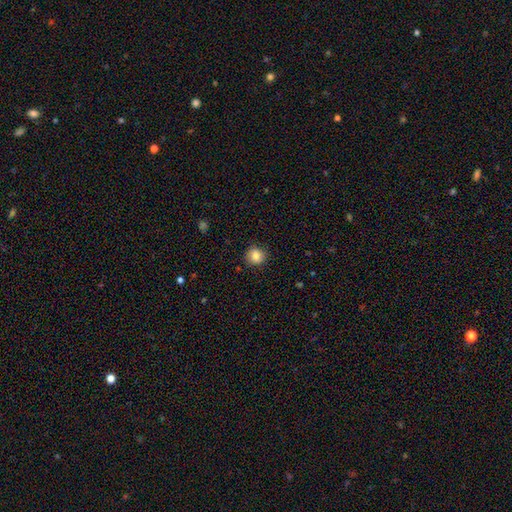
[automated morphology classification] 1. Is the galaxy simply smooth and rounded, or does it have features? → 84% smooth, 10% star or artifact, 6% featured or disk.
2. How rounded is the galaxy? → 86% round, 13% in between, 1% cigar-shaped.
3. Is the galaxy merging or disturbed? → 87% none, 10% minor disturbance, 2% major disturbance, 1% merger.